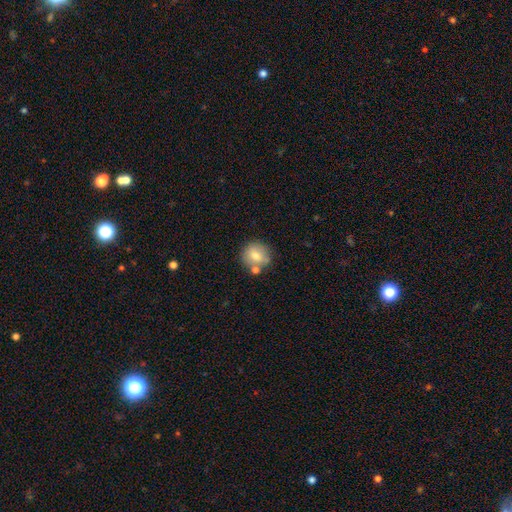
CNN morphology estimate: smooth-or-featured: smooth: 72% | featured or disk: 19% | star or artifact: 9%
  how-rounded: round: 89% | in between: 10% | cigar-shaped: 1%
  merging: none: 72% | merger: 13% | minor disturbance: 12% | major disturbance: 3%